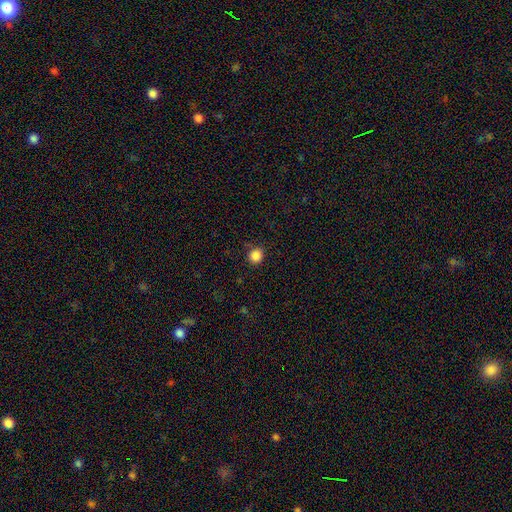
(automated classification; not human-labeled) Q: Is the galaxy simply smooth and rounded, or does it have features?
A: smooth — 86%.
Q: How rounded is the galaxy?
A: round — 91%.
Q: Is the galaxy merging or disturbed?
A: none — 87%.